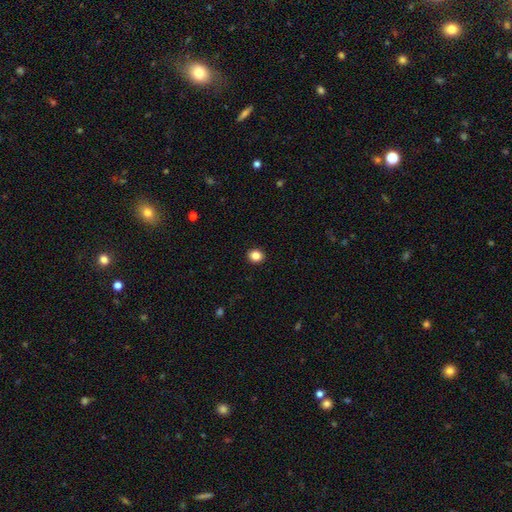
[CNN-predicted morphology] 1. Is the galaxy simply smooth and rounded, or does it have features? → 85% smooth, 10% star or artifact, 5% featured or disk.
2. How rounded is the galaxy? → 73% round, 26% in between, 1% cigar-shaped.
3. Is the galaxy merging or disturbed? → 92% none, 5% minor disturbance, 2% major disturbance, 1% merger.